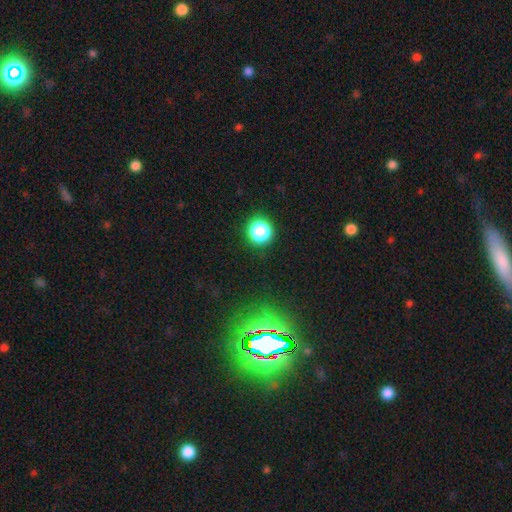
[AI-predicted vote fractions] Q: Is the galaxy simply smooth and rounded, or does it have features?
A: star or artifact — 81%.